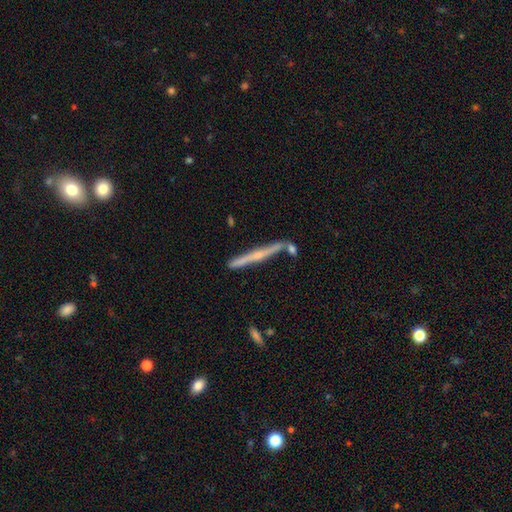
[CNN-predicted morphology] Smooth or featured: featured or disk — 65% (smooth — 28%)
Edge-on disk: yes — 97% (no — 3%)
Edge-on bulge: rounded — 55% (none — 39%)
Merging: none — 80% (minor disturbance — 11%)